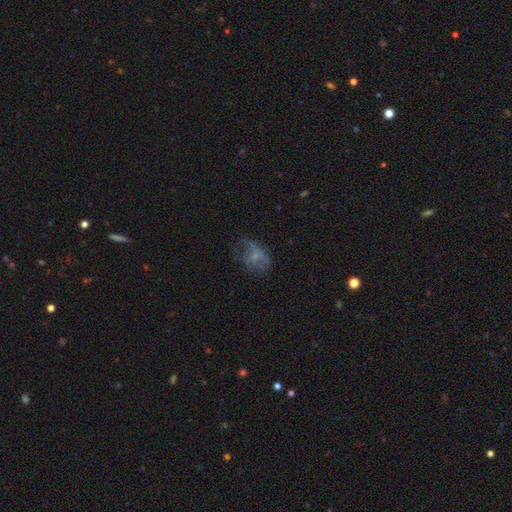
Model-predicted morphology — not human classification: This is possibly a featured or disk galaxy (47%). Merging: marginally major disturbance (39%).